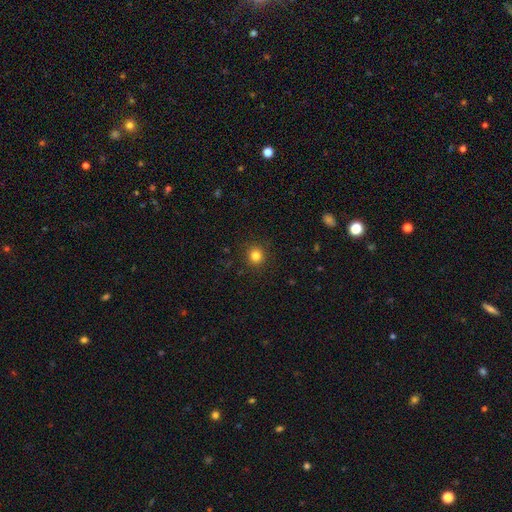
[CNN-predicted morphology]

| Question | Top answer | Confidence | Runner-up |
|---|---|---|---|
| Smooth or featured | smooth | 83% | star or artifact (12%) |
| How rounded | round | 92% | in between (7%) |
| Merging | none | 91% | minor disturbance (6%) |